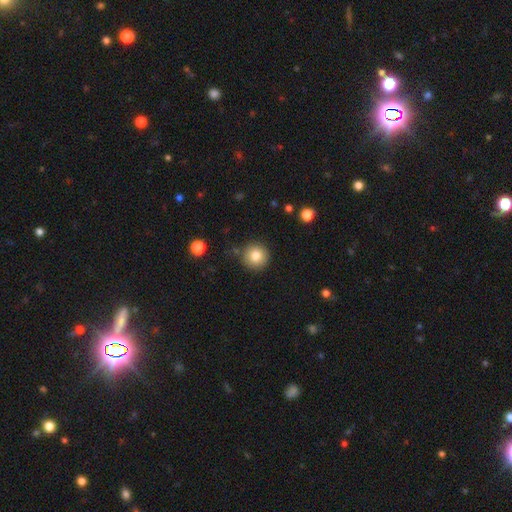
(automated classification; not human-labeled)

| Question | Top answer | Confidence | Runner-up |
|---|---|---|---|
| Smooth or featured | smooth | 81% | star or artifact (10%) |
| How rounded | round | 95% | in between (4%) |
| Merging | none | 88% | minor disturbance (7%) |